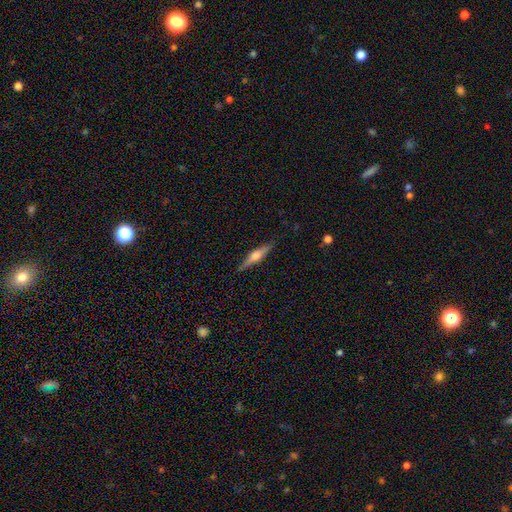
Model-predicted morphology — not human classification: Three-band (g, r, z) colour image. It shows a featured or disk galaxy (67%) viewed edge-on (97%) with a rounded central bulge (89%). Merging: none (88%).